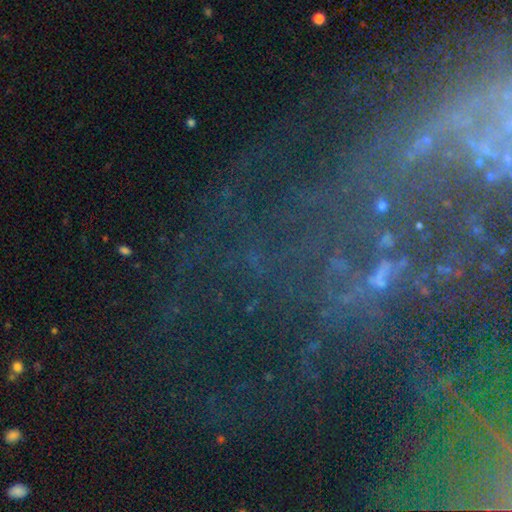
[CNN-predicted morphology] Q: Smooth or featured?
A: star or artifact (53%); runner-up: featured or disk (35%)